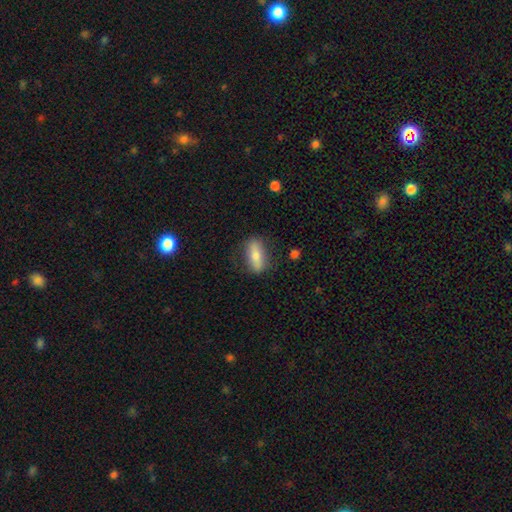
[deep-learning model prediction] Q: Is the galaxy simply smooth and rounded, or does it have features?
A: smooth — 65%.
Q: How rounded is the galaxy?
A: in between — 66%.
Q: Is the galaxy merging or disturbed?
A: none — 81%.